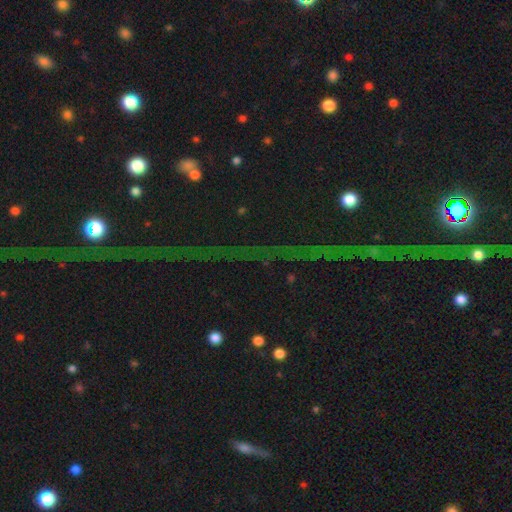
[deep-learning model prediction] Q: Smooth or featured?
A: star or artifact (75%); runner-up: featured or disk (14%)